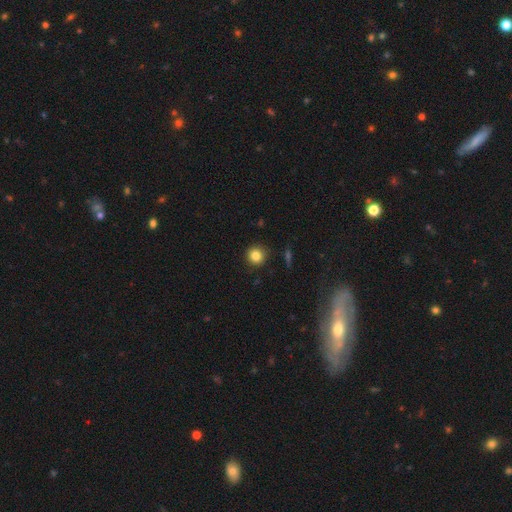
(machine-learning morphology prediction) This appears to be a smooth galaxy with no disk features (84%) that is round (93%). Merging: none (89%).